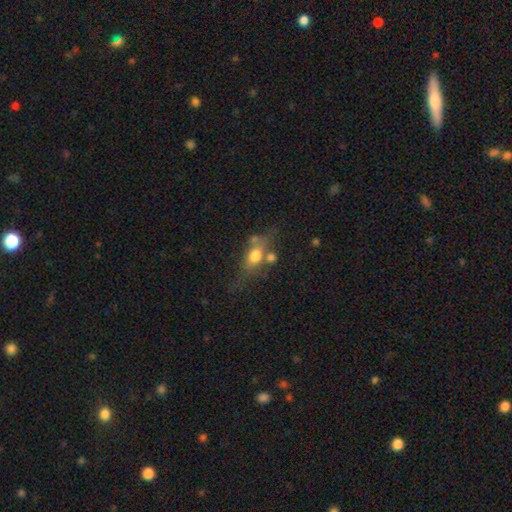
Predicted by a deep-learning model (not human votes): This is possibly a smooth galaxy (59%). How rounded: likely in between (61%). Merging: marginally none (43%).